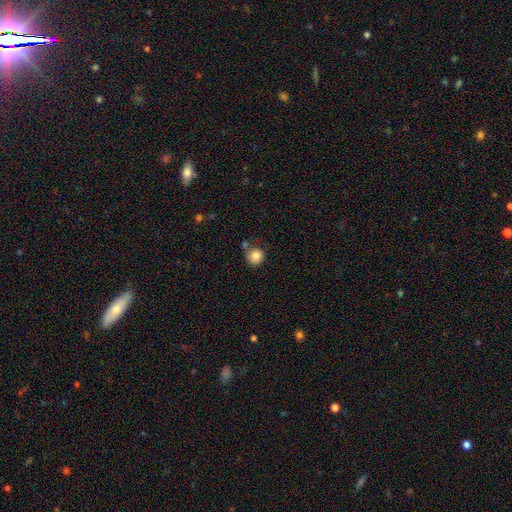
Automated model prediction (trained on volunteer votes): A smooth galaxy with no disk features (84%) that is round (89%).

Vote fractions:
- Smooth or featured? smooth: 84% / star or artifact: 9% / featured or disk: 6%
- How rounded? round: 89% / in between: 10% / cigar-shaped: 1%
- Merging? none: 64% / minor disturbance: 18% / merger: 13% / major disturbance: 5%